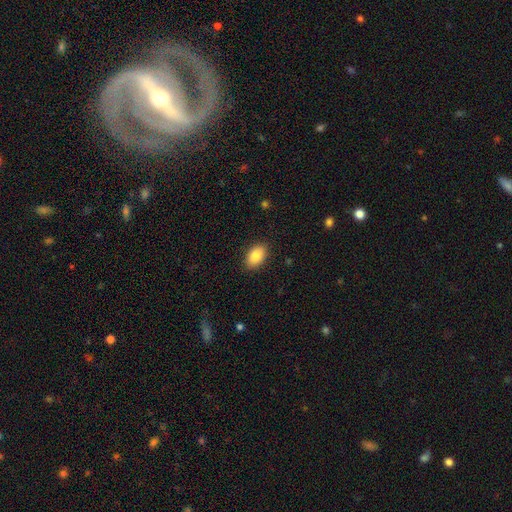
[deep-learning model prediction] A smooth galaxy with no disk features (87%) that is in between round and cigar-shaped (91%).

Vote fractions:
- Smooth or featured? smooth: 87% / star or artifact: 7% / featured or disk: 5%
- How rounded? in between: 91% / round: 8% / cigar-shaped: 1%
- Merging? none: 88% / minor disturbance: 9% / major disturbance: 2% / merger: 1%